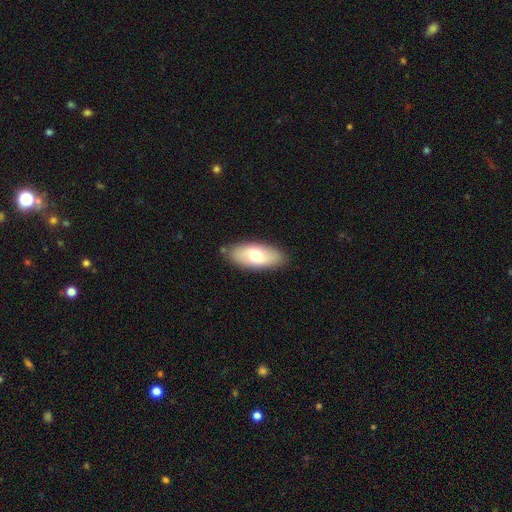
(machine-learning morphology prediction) Smooth or featured? smooth (66%)
How rounded? in between (88%)
Merging? none (84%)